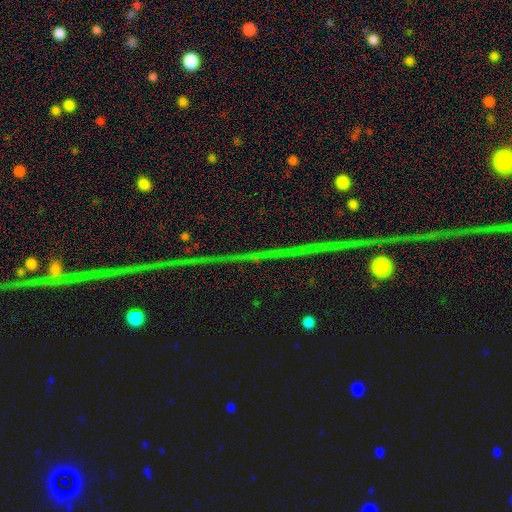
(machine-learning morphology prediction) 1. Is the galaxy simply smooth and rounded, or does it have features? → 82% star or artifact, 11% featured or disk, 7% smooth.